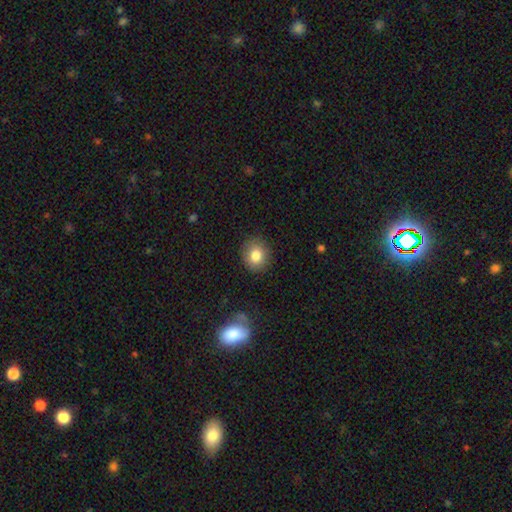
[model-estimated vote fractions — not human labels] Morphology: type=smooth (82%); roundness=round (74%); merging=none (86%).